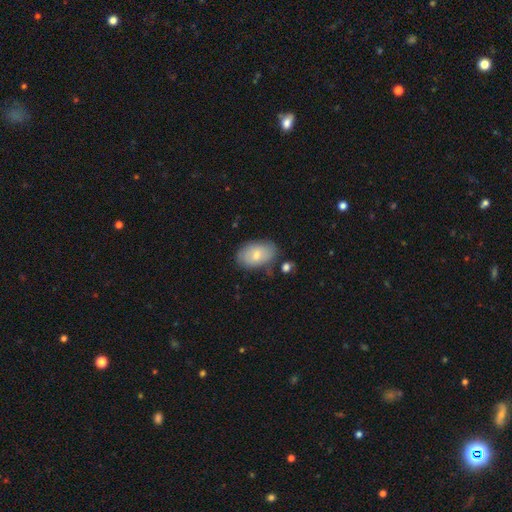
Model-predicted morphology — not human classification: smooth_or_featured: smooth (p=0.69) [alt: featured or disk p=0.22]
how_rounded: in between (p=0.89) [alt: round p=0.10]
merging: none (p=0.73) [alt: minor disturbance p=0.18]